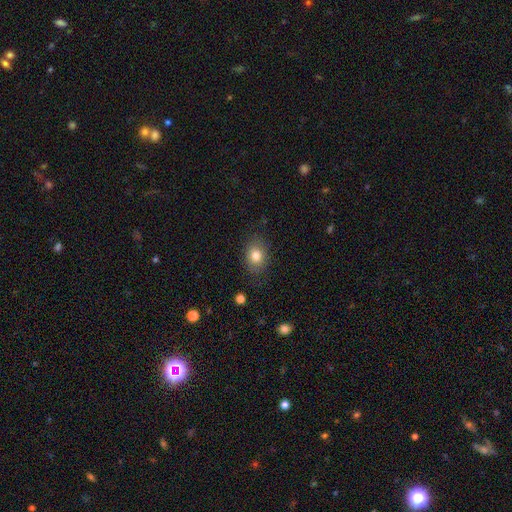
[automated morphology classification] smooth_or_featured: smooth (p=0.80) [alt: star or artifact p=0.10]
how_rounded: in between (p=0.61) [alt: round p=0.38]
merging: none (p=0.81) [alt: minor disturbance p=0.14]